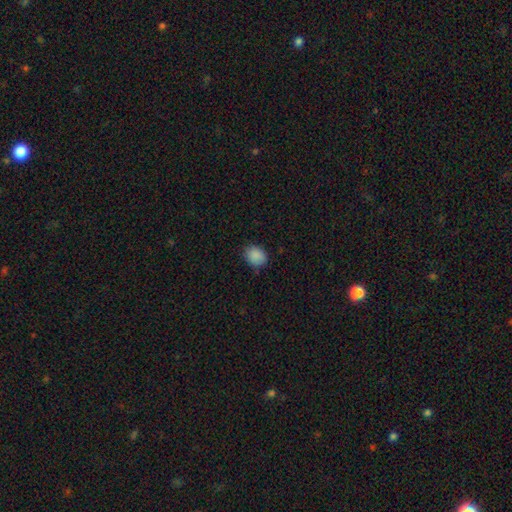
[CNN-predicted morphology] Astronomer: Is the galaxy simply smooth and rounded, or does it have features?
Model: smooth — 88%.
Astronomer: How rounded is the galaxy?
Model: in between — 51% (runner-up: round, 48%).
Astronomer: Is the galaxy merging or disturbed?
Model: none — 80%.